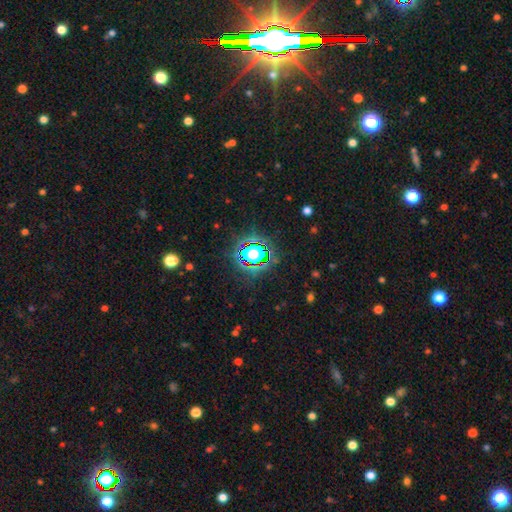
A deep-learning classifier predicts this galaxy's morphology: type=star or artifact (65%).